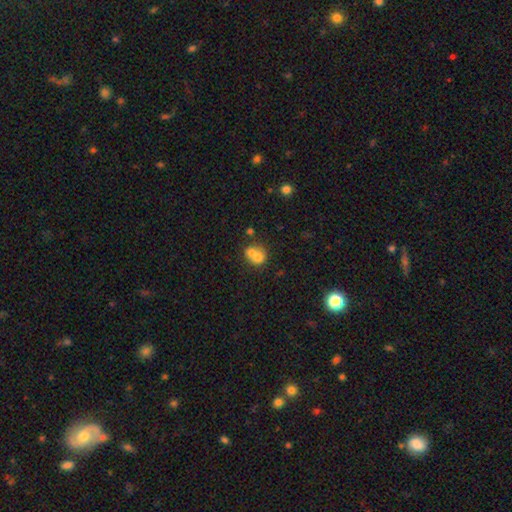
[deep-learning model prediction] Q: Smooth or featured?
A: smooth (67%); runner-up: featured or disk (22%)
Q: How rounded?
A: round (70%); runner-up: in between (30%)
Q: Merging?
A: merger (64%); runner-up: none (27%)